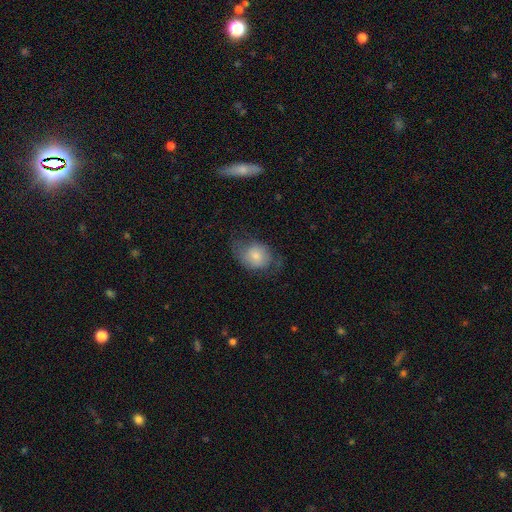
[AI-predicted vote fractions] The model was most divided on "how rounded": in between: 56%, round: 43%, cigar-shaped: 1%. More confident: smooth or featured — smooth (65%); merging — none (53%).